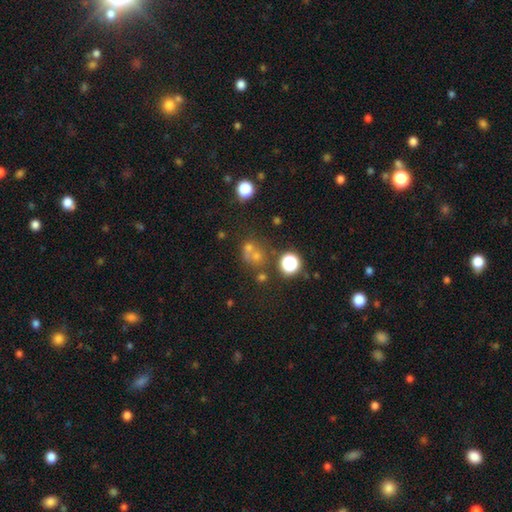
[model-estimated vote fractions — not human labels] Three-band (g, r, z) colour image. It shows a smooth galaxy with no disk features (47%). Merging: none (50%).